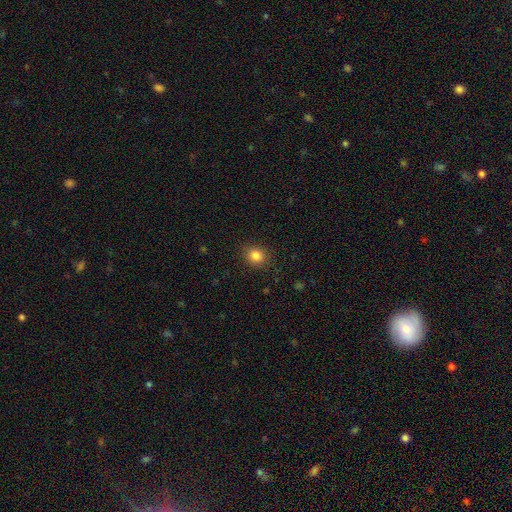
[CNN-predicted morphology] Smooth or featured?
  - smooth: 84% *
  - star or artifact: 11%
  - featured or disk: 5%
How rounded?
  - round: 73% *
  - in between: 26%
  - cigar-shaped: 1%
Merging?
  - none: 88% *
  - minor disturbance: 8%
  - major disturbance: 3%
  - merger: 1%